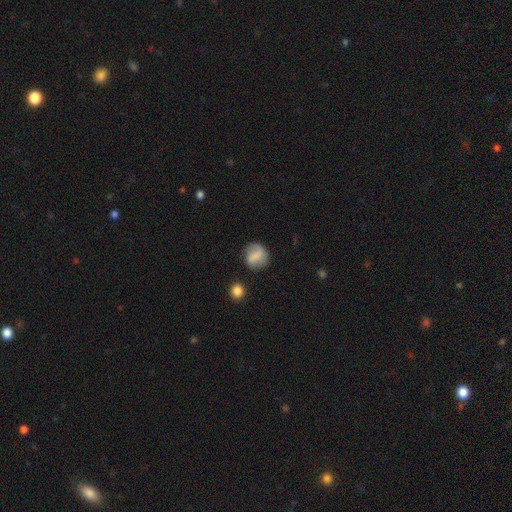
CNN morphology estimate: type=smooth (60%); roundness=round (73%); merging=none (68%).